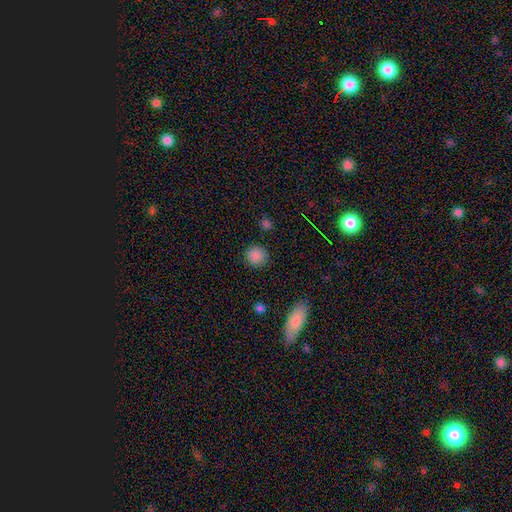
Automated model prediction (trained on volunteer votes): This appears to be a smooth galaxy with no disk features (85%) that is round (91%). Merging: none (88%).